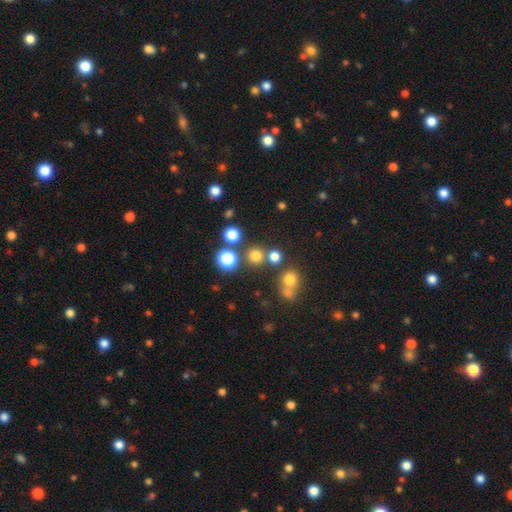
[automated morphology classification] Smooth or featured? Predicted: smooth (p=0.73). How rounded? Predicted: round (p=0.92). Merging? Predicted: none (p=0.77).